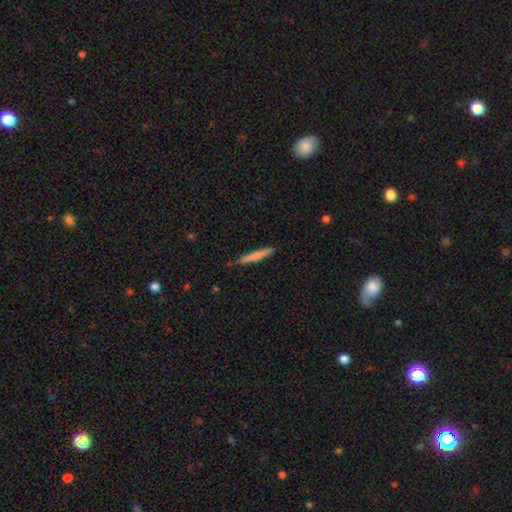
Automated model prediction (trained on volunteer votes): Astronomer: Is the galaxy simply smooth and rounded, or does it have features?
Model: smooth — 72%.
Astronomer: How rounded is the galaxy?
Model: cigar-shaped — 95%.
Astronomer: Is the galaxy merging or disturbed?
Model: none — 84%.